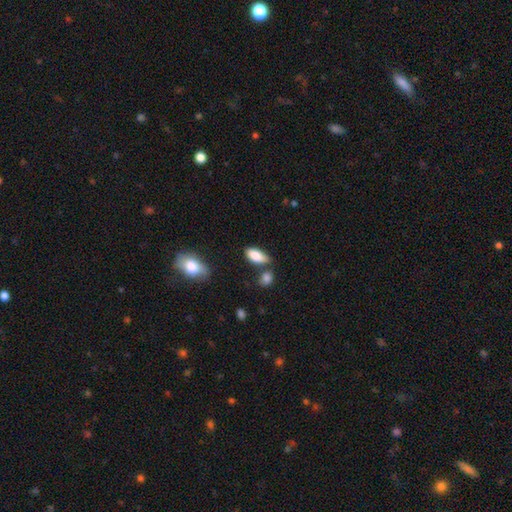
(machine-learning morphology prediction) The model was most divided on "merging": none: 56%, minor disturbance: 23%, merger: 15%, major disturbance: 6%. More confident: how rounded — in between (89%); smooth or featured — smooth (85%).